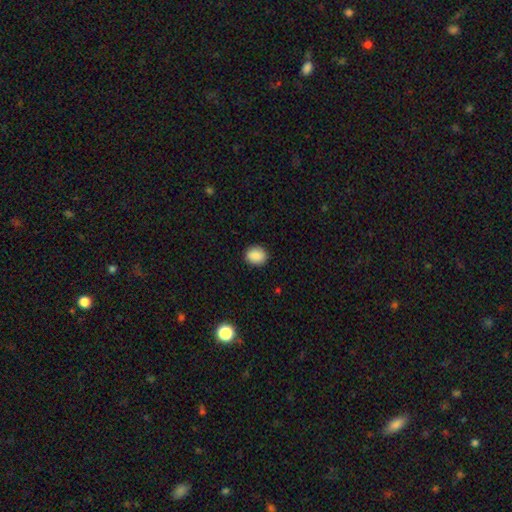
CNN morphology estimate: Smooth or featured: smooth — 89% (star or artifact — 8%)
How rounded: round — 65% (in between — 35%)
Merging: none — 89% (minor disturbance — 7%)